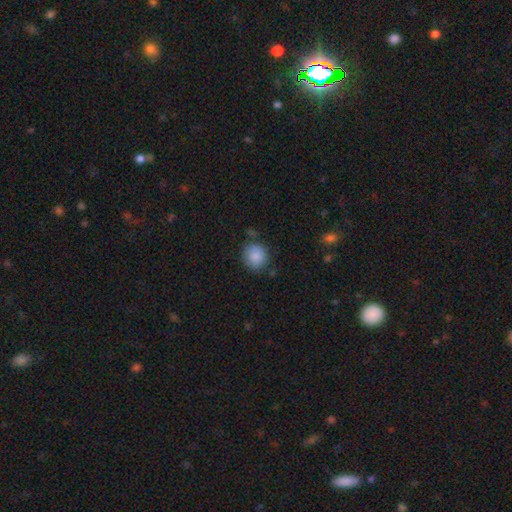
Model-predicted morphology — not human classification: This is clearly a smooth galaxy (88%). How rounded: clearly round (87%). Merging: likely none (80%).